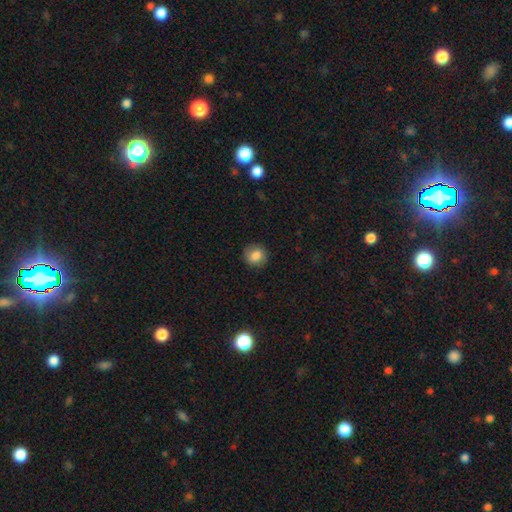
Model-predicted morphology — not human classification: type=smooth (78%); roundness=round (82%); merging=none (86%).